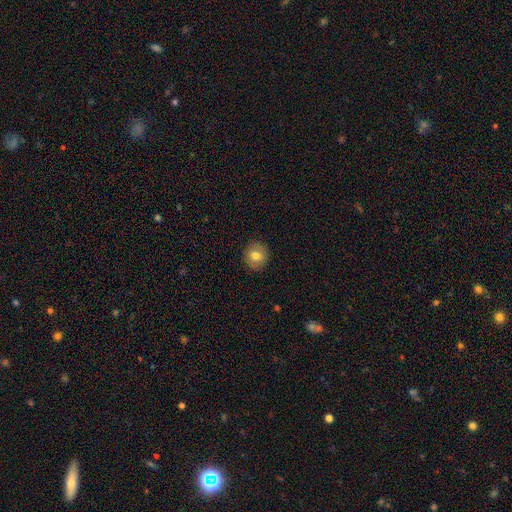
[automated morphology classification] This appears to be a smooth galaxy with no disk features (77%) that is round (85%). Merging: none (90%).